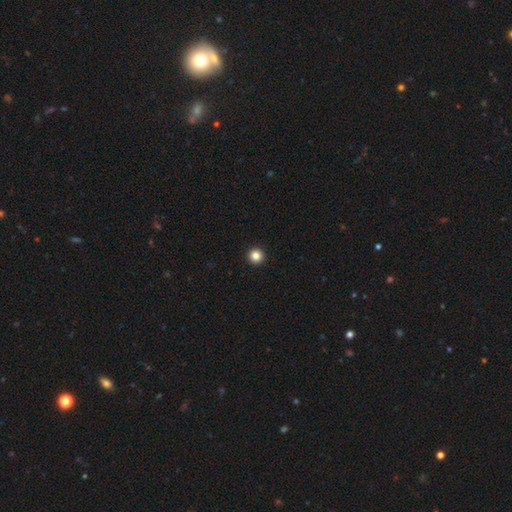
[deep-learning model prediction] Morphology: type=smooth (84%); roundness=round (97%); merging=none (95%).